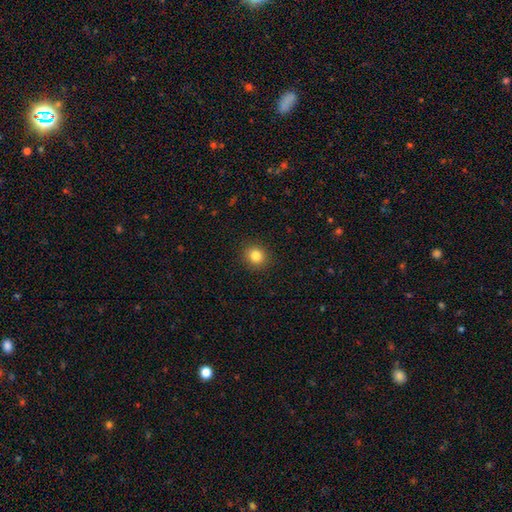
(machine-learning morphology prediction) This appears to be a smooth galaxy with no disk features (83%) that is round (86%). Merging: none (91%).